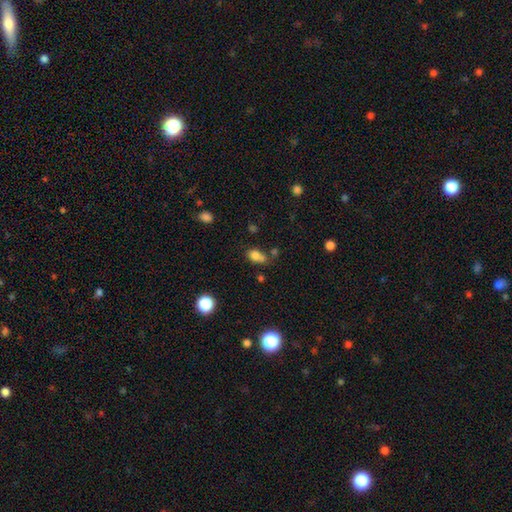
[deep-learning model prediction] This appears to be a smooth galaxy with no disk features (77%) that is in between round and cigar-shaped (66%). Merging: none (41%).